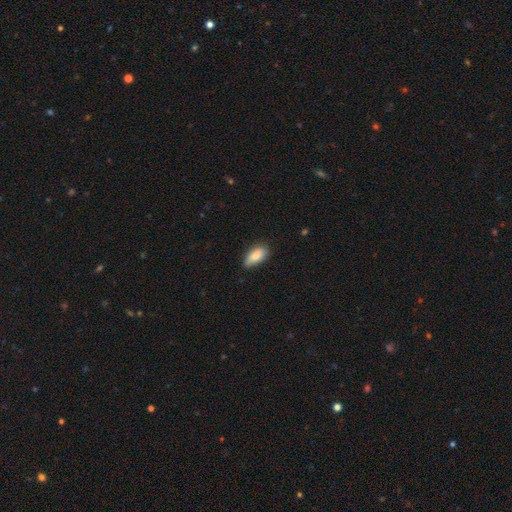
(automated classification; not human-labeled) smooth 85%, featured or disk 9%, star or artifact 7%. Down the decision tree: how rounded — in between (89%); merging — none (67%).